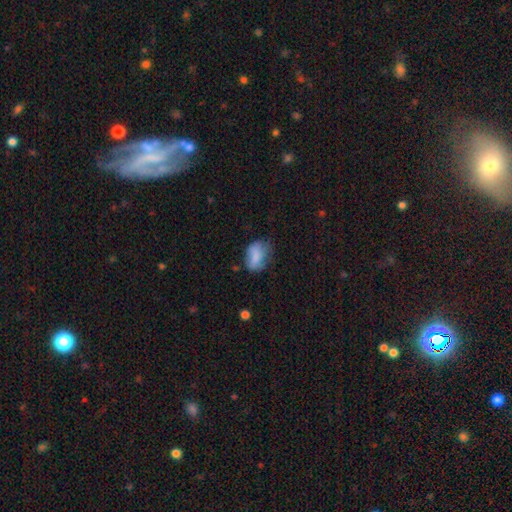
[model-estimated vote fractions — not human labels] This is likely a smooth galaxy (76%). How rounded: clearly in between (82%). Merging: possibly none (45%).